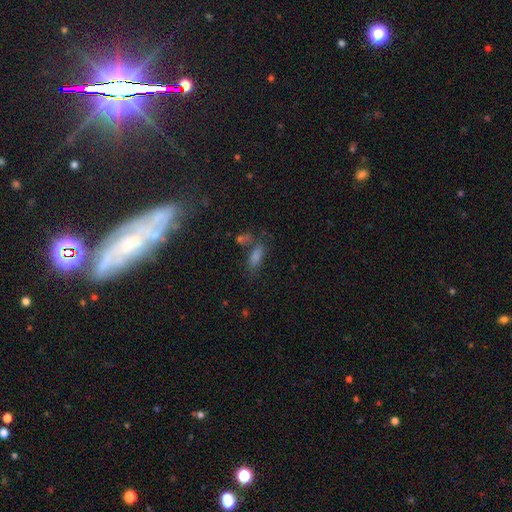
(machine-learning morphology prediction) smooth_or_featured: smooth (p=0.58) [alt: star or artifact p=0.26]
how_rounded: in between (p=0.66) [alt: cigar-shaped p=0.28]
merging: none (p=0.55) [alt: merger p=0.17]